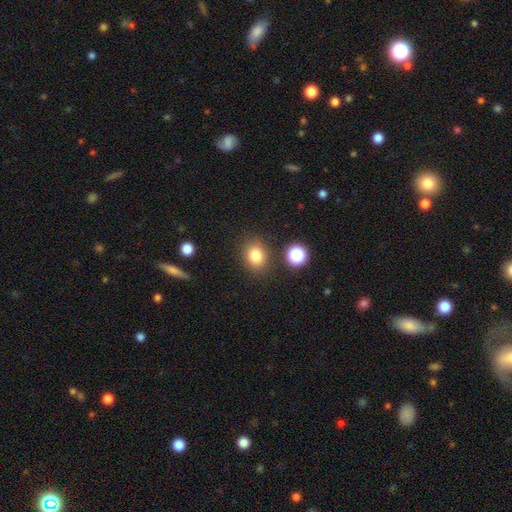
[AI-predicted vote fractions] This is clearly a smooth galaxy (81%). How rounded: possibly round (59%). Merging: clearly none (83%).